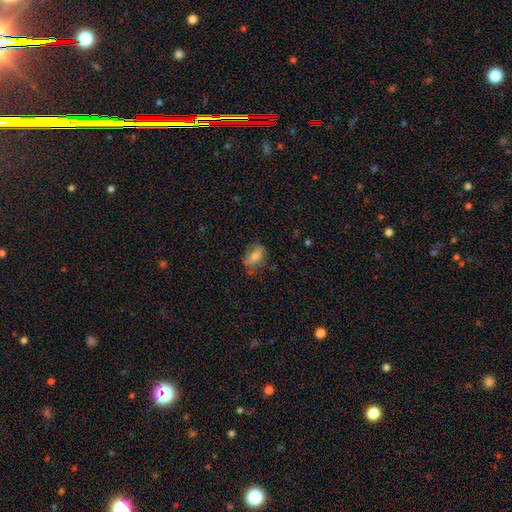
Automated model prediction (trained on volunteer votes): This appears to be a smooth galaxy with no disk features (71%) that is in between round and cigar-shaped (82%). Merging: none (66%).